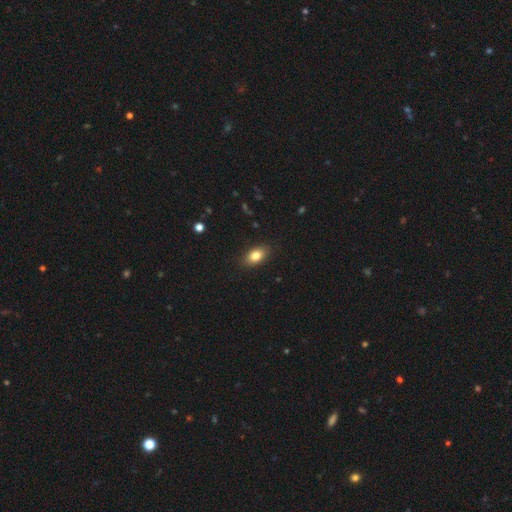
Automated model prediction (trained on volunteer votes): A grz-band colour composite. It shows a smooth galaxy with no disk features (82%) that is in between round and cigar-shaped (86%). Merging: none (87%).